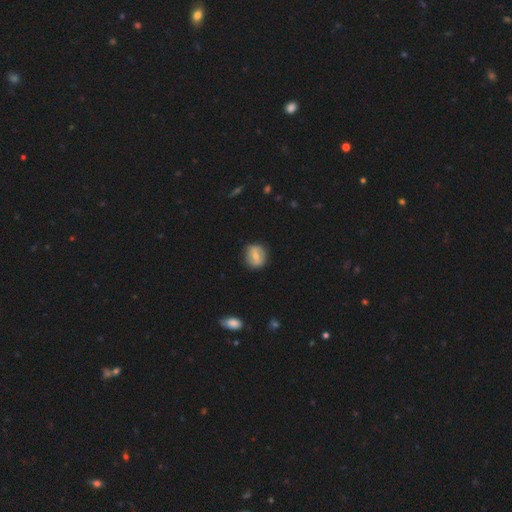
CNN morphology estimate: type=smooth (56%); roundness=round (74%); merging=none (83%).